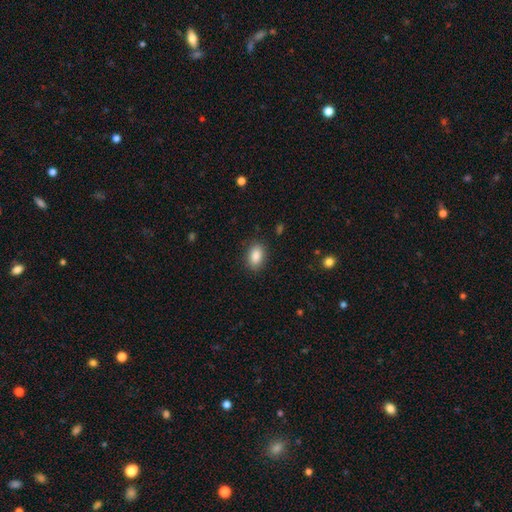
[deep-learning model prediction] smooth 88%, star or artifact 8%, featured or disk 5%. Down the decision tree: how rounded — in between (87%); merging — none (87%).